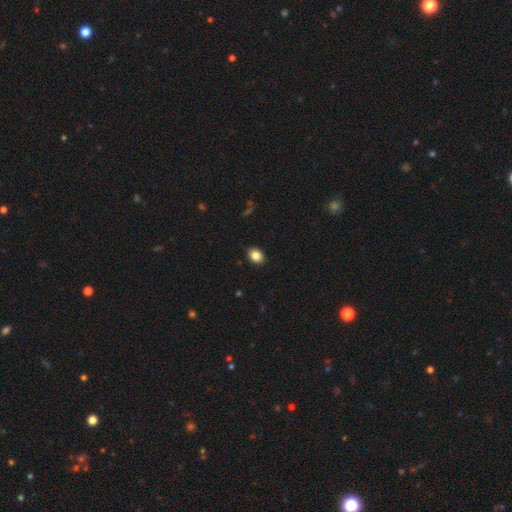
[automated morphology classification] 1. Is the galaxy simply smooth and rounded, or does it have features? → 85% smooth, 9% star or artifact, 6% featured or disk.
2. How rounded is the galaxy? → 64% in between, 35% round, 1% cigar-shaped.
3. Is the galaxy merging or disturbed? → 89% none, 8% minor disturbance, 2% major disturbance, 1% merger.